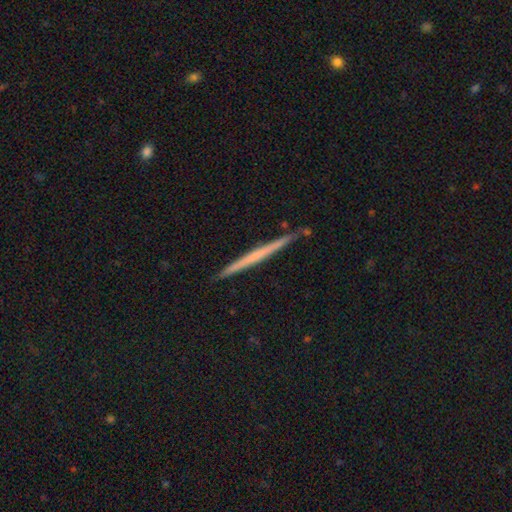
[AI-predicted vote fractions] smooth_or_featured: featured or disk (p=0.56) [alt: smooth p=0.37]
disk_edge_on: yes (p=0.98) [alt: no p=0.02]
edge_on_bulge: none (p=0.88) [alt: rounded p=0.08]
merging: none (p=0.90) [alt: minor disturbance p=0.07]